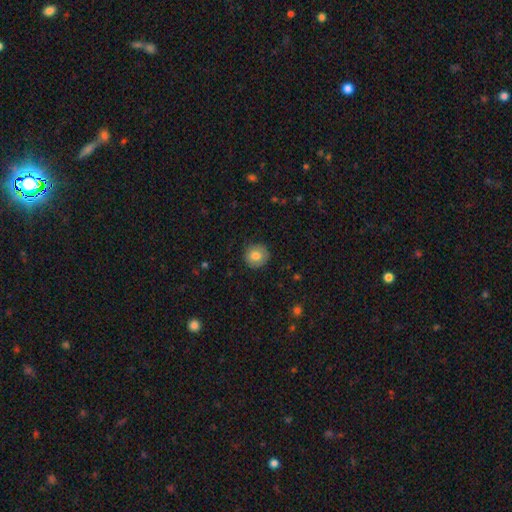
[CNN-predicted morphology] Overall: smooth (79%). How rounded: round (92%). Merging: none (85%).